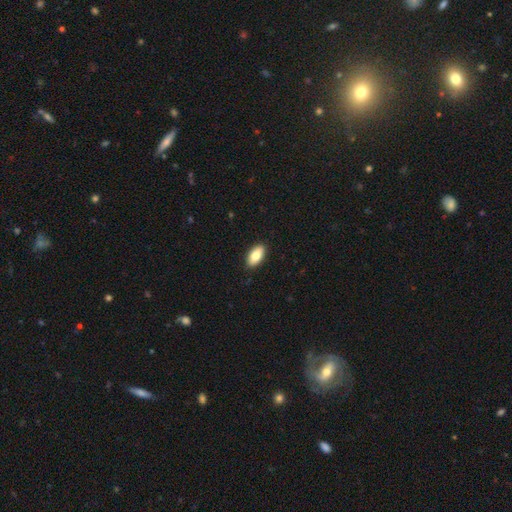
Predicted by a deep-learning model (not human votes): A smooth galaxy with no disk features (82%) that is in between round and cigar-shaped (93%). Merging: none (90%).